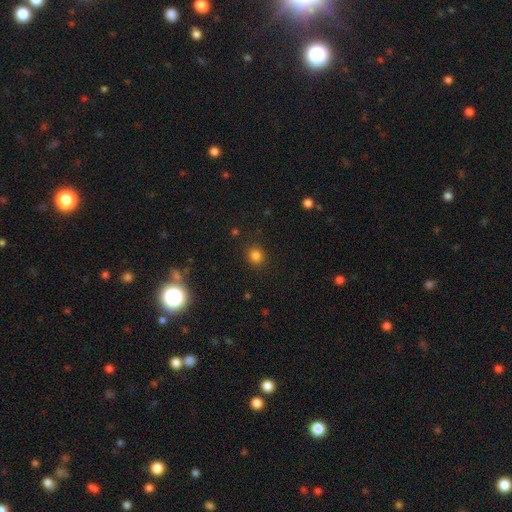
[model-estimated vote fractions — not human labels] Morphology: type=smooth (81%); roundness=round (82%); merging=none (88%).